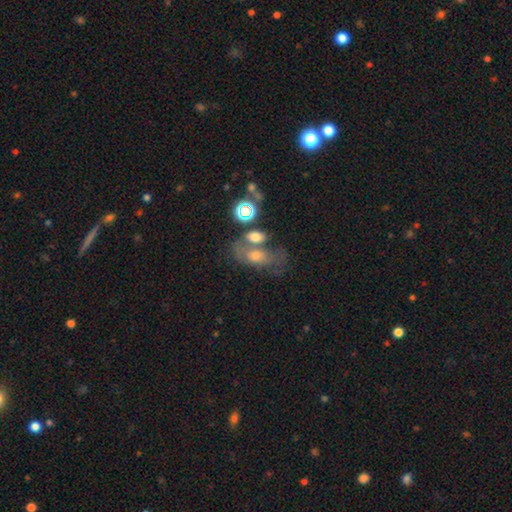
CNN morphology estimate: Smooth or featured? smooth (39%, tied with featured or disk)
Merging? none (38%)